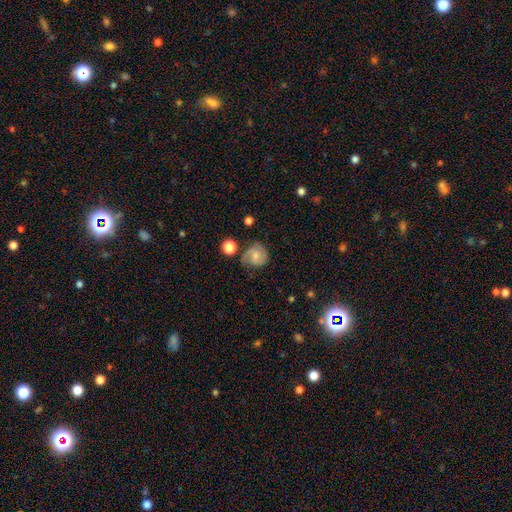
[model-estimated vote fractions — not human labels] This appears to be a featured or disk galaxy (58%) with no bar (65%), 2 (57%) medium (41%, tied with tight) spiral arms (90%) and a small central bulge (55%). Merging: none (61%).